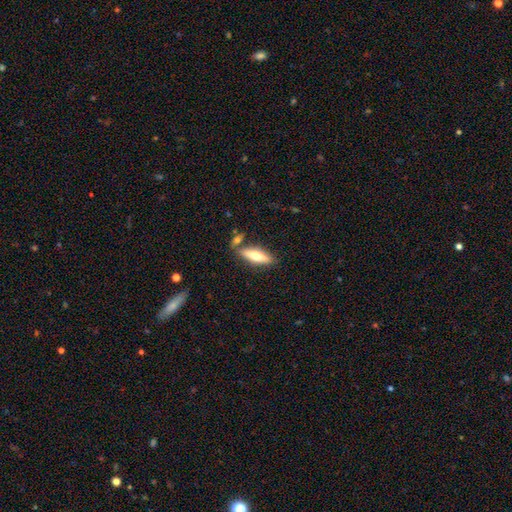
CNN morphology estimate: Smooth or featured: smooth — 62% (featured or disk — 33%)
How rounded: cigar-shaped — 58% (in between — 40%)
Merging: none — 77% (minor disturbance — 11%)